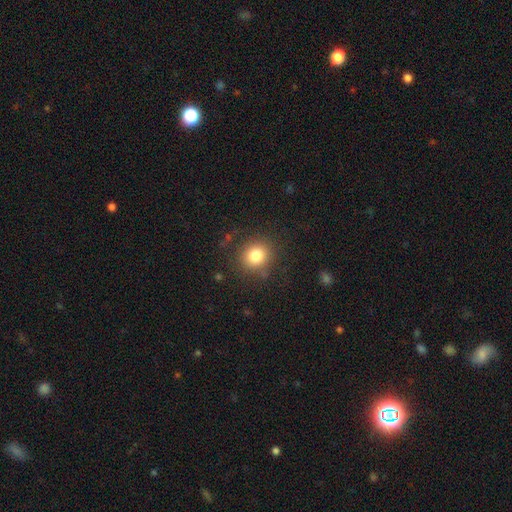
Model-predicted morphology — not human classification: Q: Smooth or featured?
A: smooth (81%); runner-up: star or artifact (12%)
Q: How rounded?
A: round (82%); runner-up: in between (17%)
Q: Merging?
A: none (85%); runner-up: minor disturbance (10%)